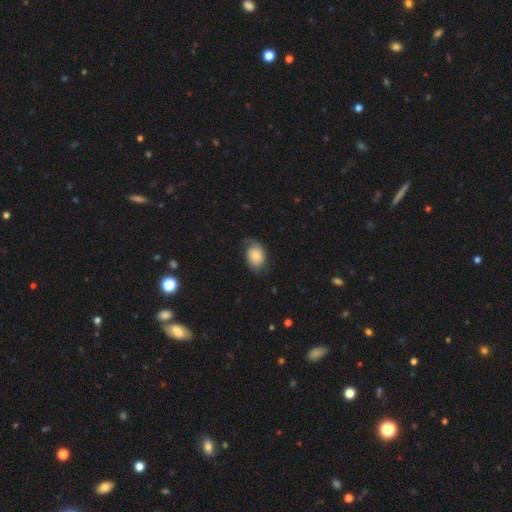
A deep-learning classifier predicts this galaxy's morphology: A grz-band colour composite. It shows a smooth galaxy with no disk features (74%) that is in between round and cigar-shaped (78%). Merging: none (56%).